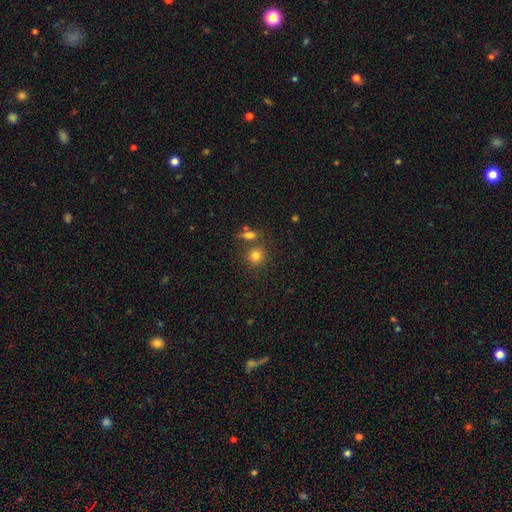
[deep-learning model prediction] Morphology: type=smooth (80%); roundness=round (86%); merging=none (70%).